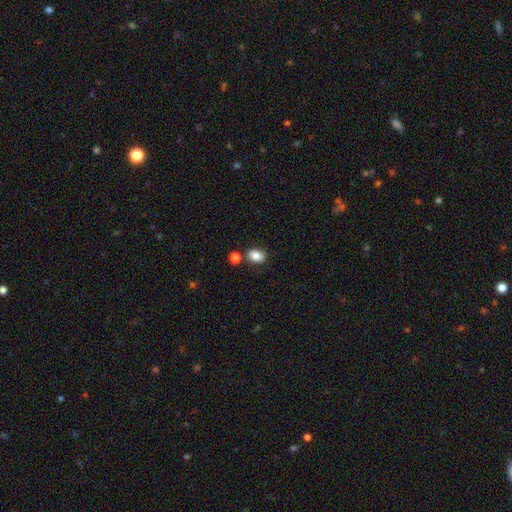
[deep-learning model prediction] Overall: smooth (85%). How rounded: in between (73%). Merging: none (74%).